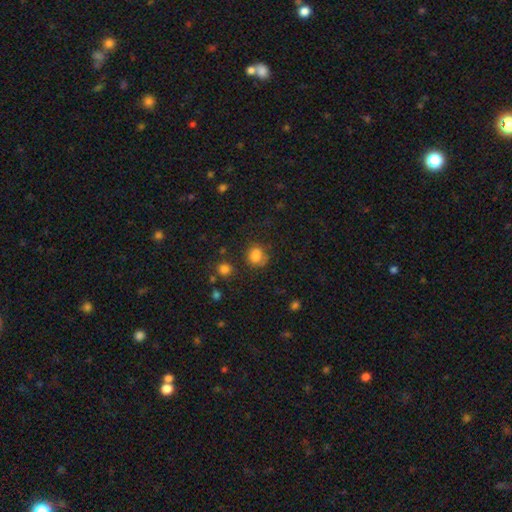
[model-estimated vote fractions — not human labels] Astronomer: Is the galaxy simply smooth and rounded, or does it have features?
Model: smooth — 79%.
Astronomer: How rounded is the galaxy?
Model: round — 56% (runner-up: in between, 43%).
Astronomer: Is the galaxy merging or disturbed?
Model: none — 62%.